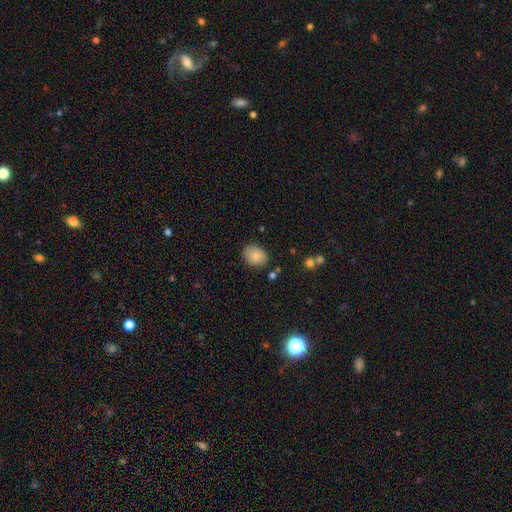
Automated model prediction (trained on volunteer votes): A smooth galaxy with no disk features (86%) that is in between round and cigar-shaped (63%).

Vote fractions:
- Smooth or featured? smooth: 86% / star or artifact: 8% / featured or disk: 7%
- How rounded? in between: 63% / round: 36% / cigar-shaped: 1%
- Merging? none: 81% / minor disturbance: 13% / major disturbance: 3% / merger: 2%